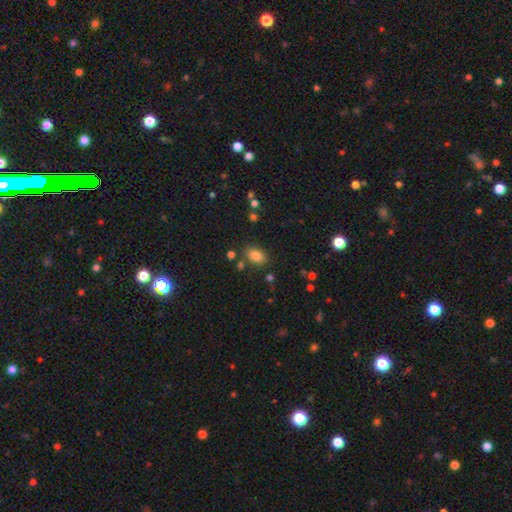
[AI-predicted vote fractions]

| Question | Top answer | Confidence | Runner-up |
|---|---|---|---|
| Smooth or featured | smooth | 82% | star or artifact (11%) |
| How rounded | in between | 84% | round (15%) |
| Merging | none | 79% | minor disturbance (12%) |